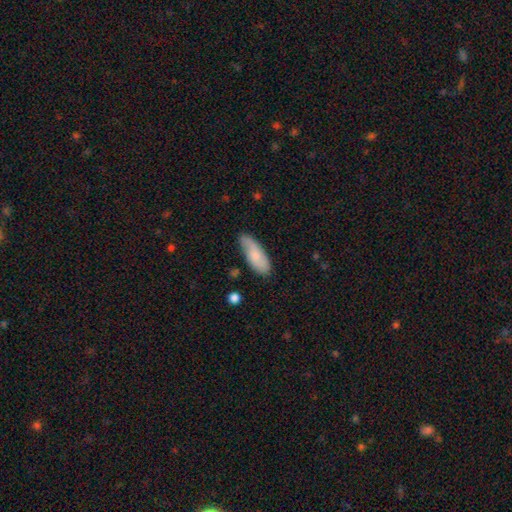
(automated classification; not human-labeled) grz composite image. It shows a smooth galaxy with no disk features (71%) that is in between round and cigar-shaped (75%). Merging: none (64%).